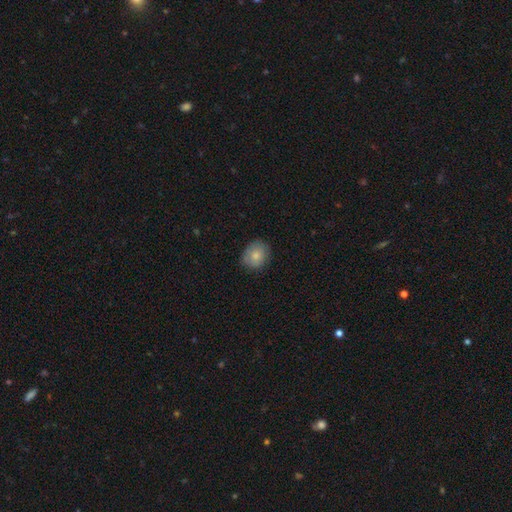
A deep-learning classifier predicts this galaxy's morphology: type=smooth (81%); roundness=round (62%); merging=none (81%).